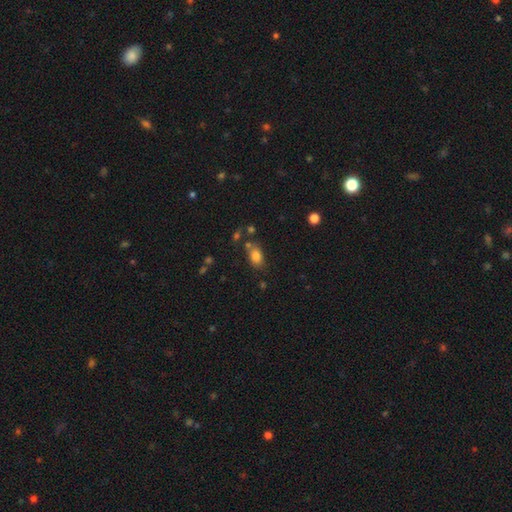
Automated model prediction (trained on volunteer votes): Overall: smooth (82%). How rounded: in between (82%). Merging: none (66%).